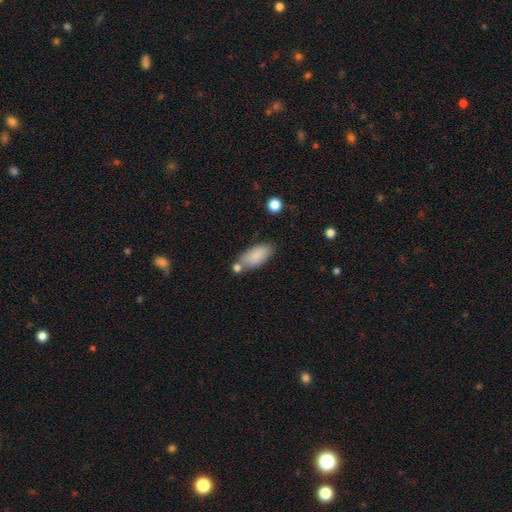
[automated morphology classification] Overall: smooth (85%). How rounded: in between (87%). Merging: none (58%; merger 18%).